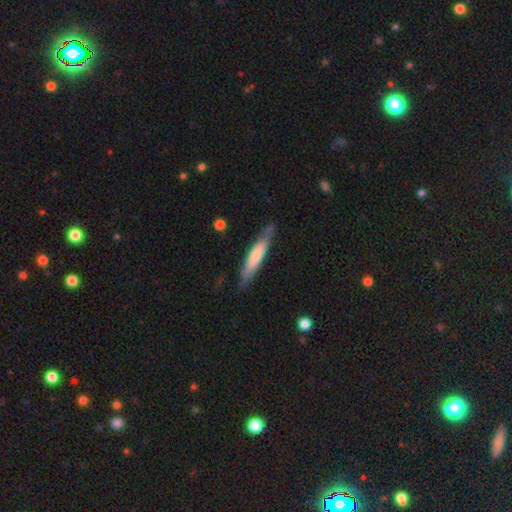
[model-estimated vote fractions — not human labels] Smooth or featured? smooth (66%)
How rounded? cigar-shaped (84%)
Merging? none (76%)